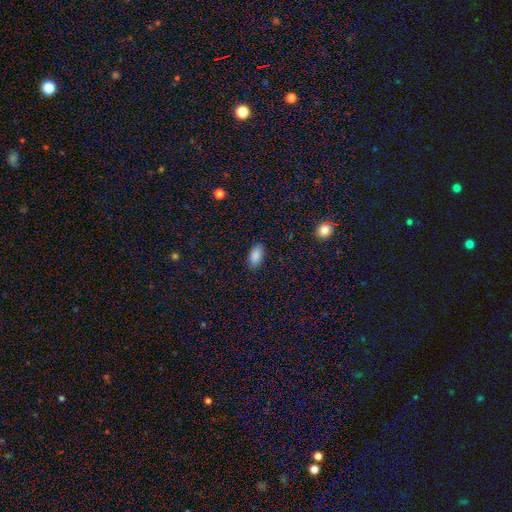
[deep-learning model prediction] Smooth or featured: smooth — 88% (star or artifact — 8%)
How rounded: in between — 92% (cigar-shaped — 5%)
Merging: none — 87% (minor disturbance — 9%)